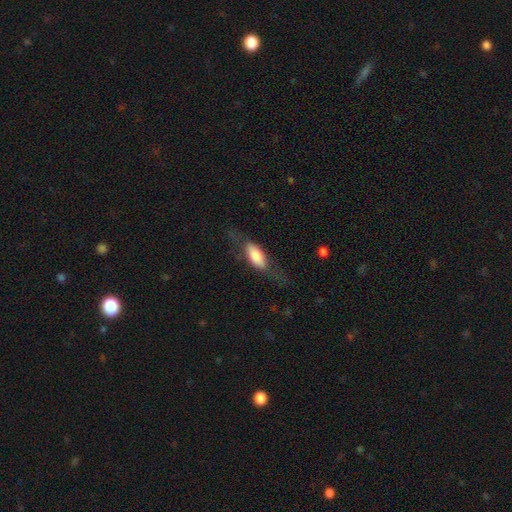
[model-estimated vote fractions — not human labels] smooth-or-featured: smooth: 66% | featured or disk: 28% | star or artifact: 6%
  how-rounded: in between: 74% | cigar-shaped: 23% | round: 3%
  merging: none: 55% | minor disturbance: 23% | major disturbance: 20% | merger: 2%